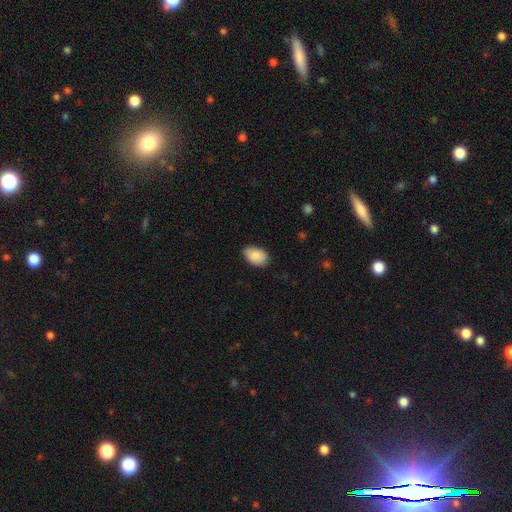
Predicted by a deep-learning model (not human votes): Overall: smooth (89%). How rounded: in between (90%). Merging: none (83%).